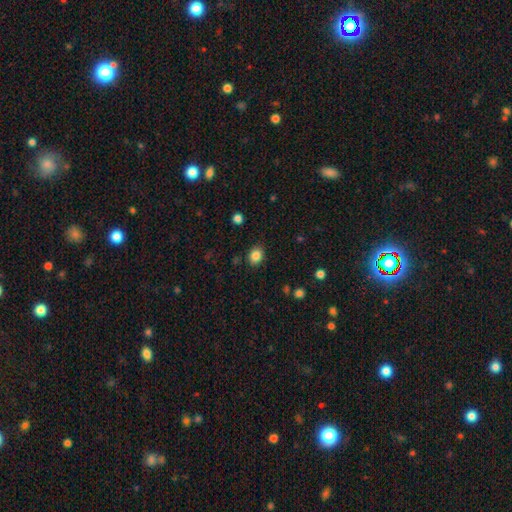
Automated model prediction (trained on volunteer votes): Q: Smooth or featured?
A: smooth (85%); runner-up: star or artifact (10%)
Q: How rounded?
A: in between (52%); runner-up: round (48%)
Q: Merging?
A: none (84%); runner-up: minor disturbance (11%)